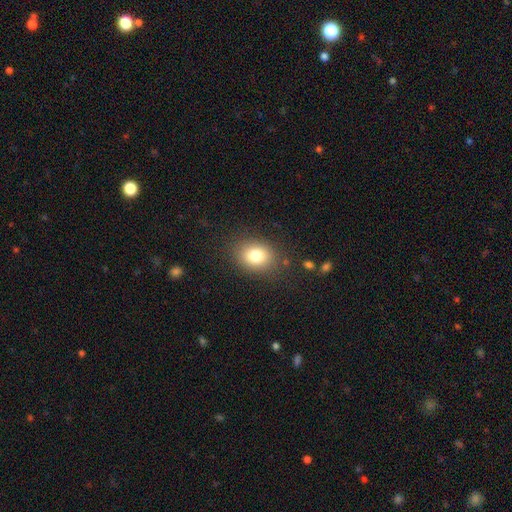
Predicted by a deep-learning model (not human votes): smooth 79%, star or artifact 11%, featured or disk 10%. Down the decision tree: how rounded — in between (57%); merging — none (84%).